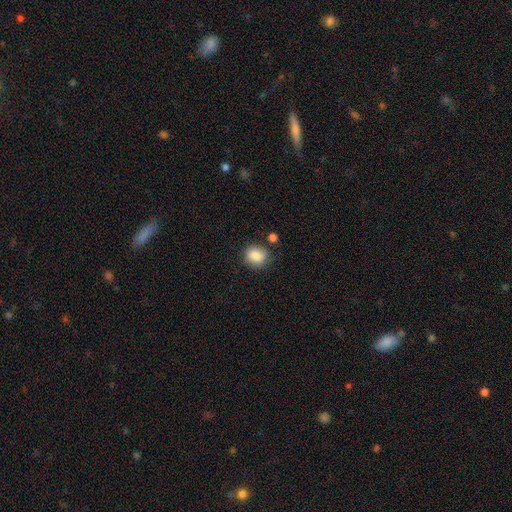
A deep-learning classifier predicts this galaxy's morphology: smooth_or_featured: smooth (p=0.85) [alt: star or artifact p=0.09]
how_rounded: round (p=0.73) [alt: in between p=0.26]
merging: none (p=0.76) [alt: minor disturbance p=0.15]